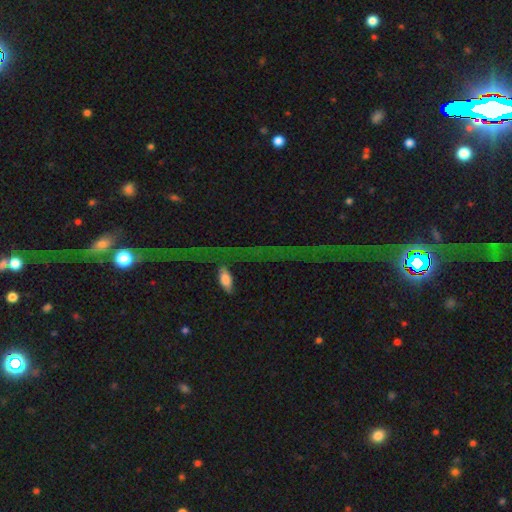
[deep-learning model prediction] Q: Smooth or featured?
A: star or artifact (73%); runner-up: featured or disk (15%)